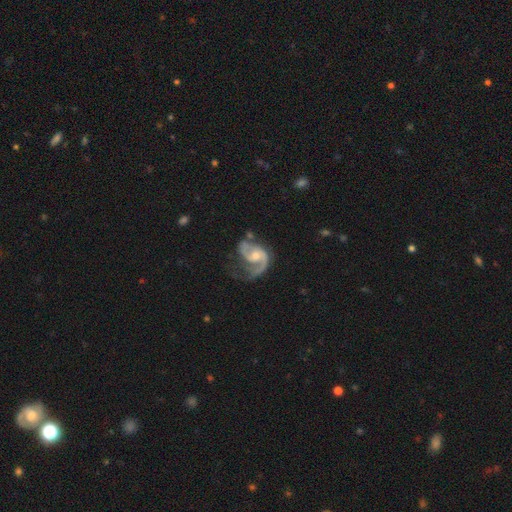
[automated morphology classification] smooth-or-featured: featured or disk: 89% | smooth: 7% | star or artifact: 4%
  disk-edge-on: no: 98% | yes: 2%
    bar: no: 55% | weak: 37% | strong: 7%
    has-spiral-arms: yes: 96% | no: 4%
      spiral-winding: medium: 52% | loose: 29% | tight: 19%
      spiral-arm-count: 2: 76% | 1: 16% | can't tell: 4% | 3: 2% | 4: 1% | more than 4: 1%
    bulge-size: moderate: 54% | small: 37% | none: 4% | large: 4% | dominant: 1%
  merging: none: 44% | major disturbance: 27% | minor disturbance: 24% | merger: 5%